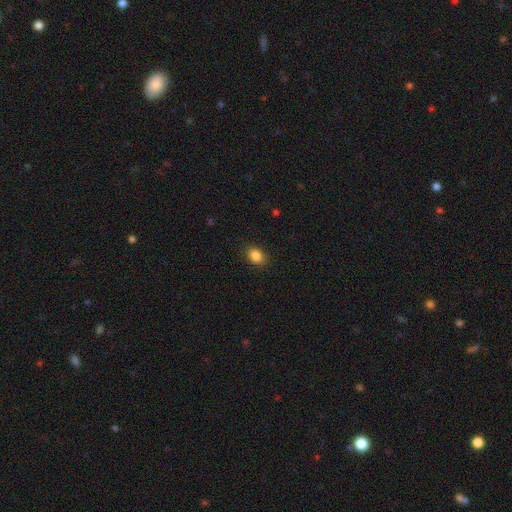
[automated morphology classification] Smooth or featured?
  - smooth: 86% *
  - star or artifact: 9%
  - featured or disk: 4%
How rounded?
  - in between: 72% *
  - round: 27%
  - cigar-shaped: 1%
Merging?
  - none: 88% *
  - minor disturbance: 9%
  - major disturbance: 2%
  - merger: 1%